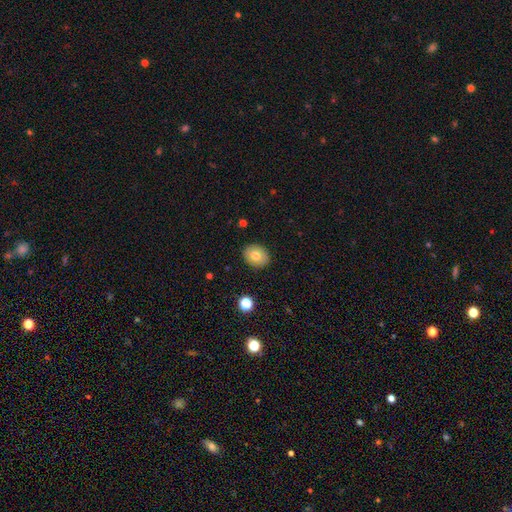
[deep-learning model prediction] This appears to be a smooth galaxy with no disk features (71%) that is round (64%). Merging: none (89%).